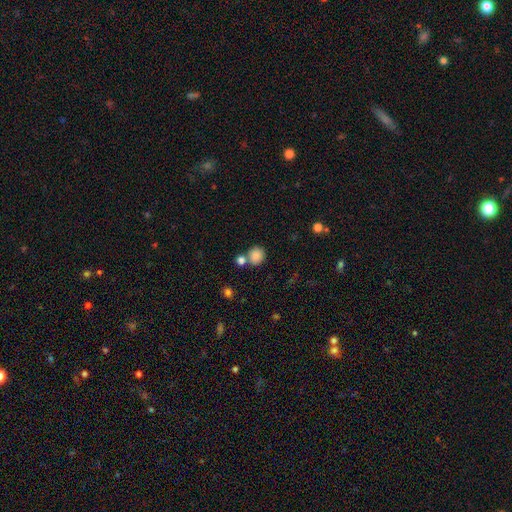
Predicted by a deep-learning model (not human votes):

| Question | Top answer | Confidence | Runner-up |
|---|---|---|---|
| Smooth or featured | smooth | 84% | star or artifact (10%) |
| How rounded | round | 85% | in between (14%) |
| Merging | none | 67% | merger (22%) |